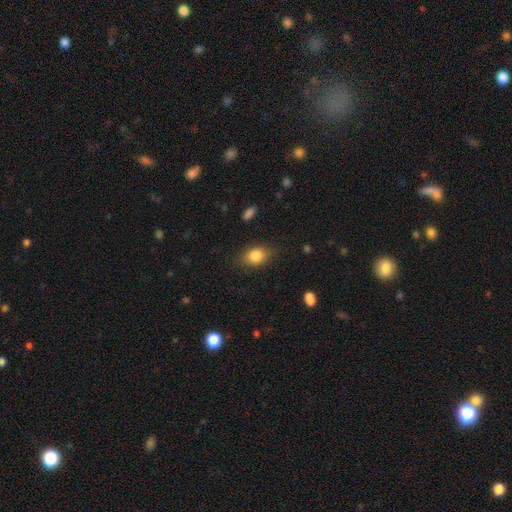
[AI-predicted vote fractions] Smooth or featured: smooth — 83% (star or artifact — 9%)
How rounded: in between — 71% (round — 27%)
Merging: none — 80% (minor disturbance — 15%)